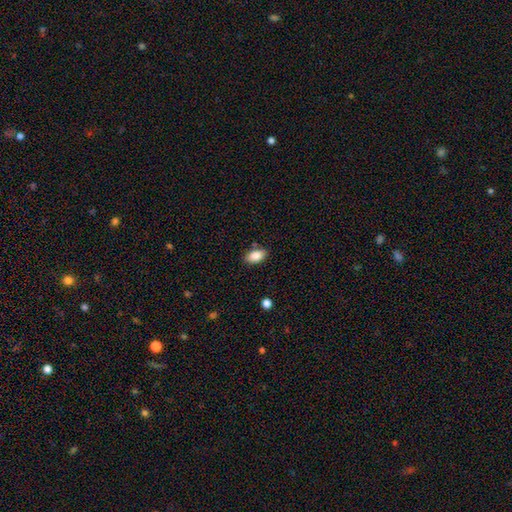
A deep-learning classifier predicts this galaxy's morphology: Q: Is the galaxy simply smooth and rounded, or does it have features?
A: smooth — 87%.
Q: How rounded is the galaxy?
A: in between — 91%.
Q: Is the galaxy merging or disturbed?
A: none — 83%.